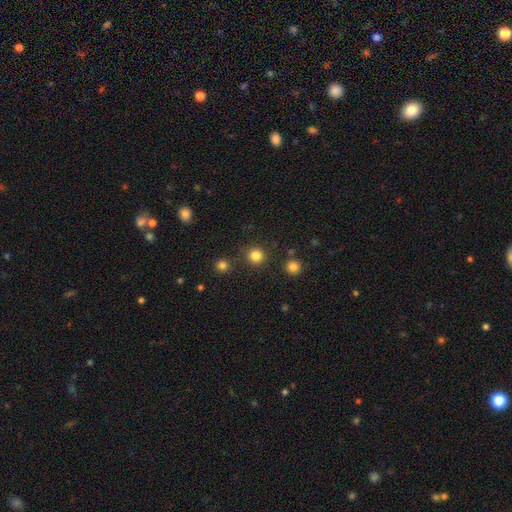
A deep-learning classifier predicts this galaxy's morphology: type=smooth (83%); roundness=round (93%); merging=none (88%).